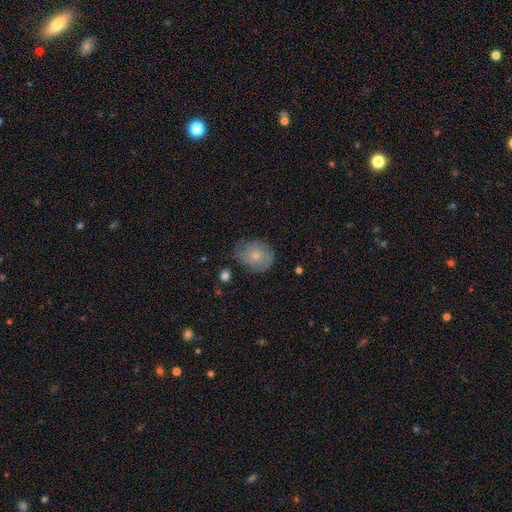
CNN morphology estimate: A smooth galaxy with no disk features (61%) that is round (72%).

Vote fractions:
- Smooth or featured? smooth: 61% / featured or disk: 30% / star or artifact: 8%
- How rounded? round: 72% / in between: 27% / cigar-shaped: 1%
- Merging? none: 59% / minor disturbance: 31% / major disturbance: 9% / merger: 2%